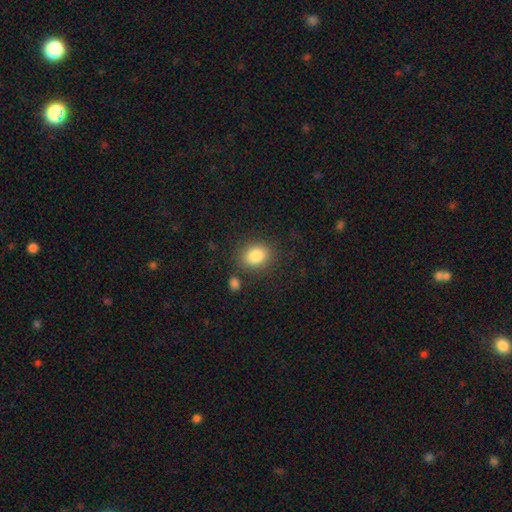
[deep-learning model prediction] Smooth or featured? Predicted: smooth (p=0.84). How rounded? Predicted: in between (p=0.56). Merging? Predicted: none (p=0.78).